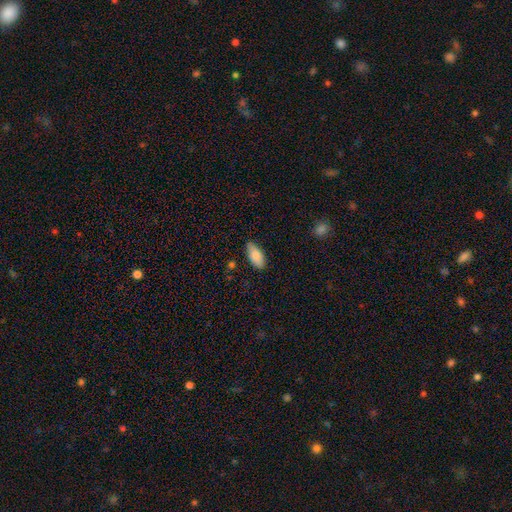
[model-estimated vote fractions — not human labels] Overall: smooth (82%). How rounded: in between (91%). Merging: none (79%).